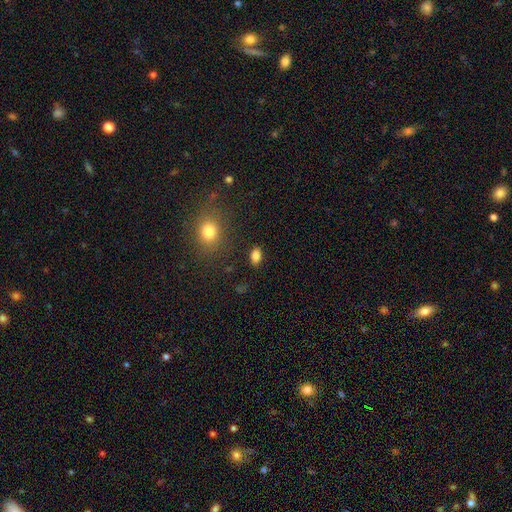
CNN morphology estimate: Smooth or featured: smooth — 85% (star or artifact — 11%)
How rounded: in between — 85% (round — 13%)
Merging: none — 85% (minor disturbance — 9%)